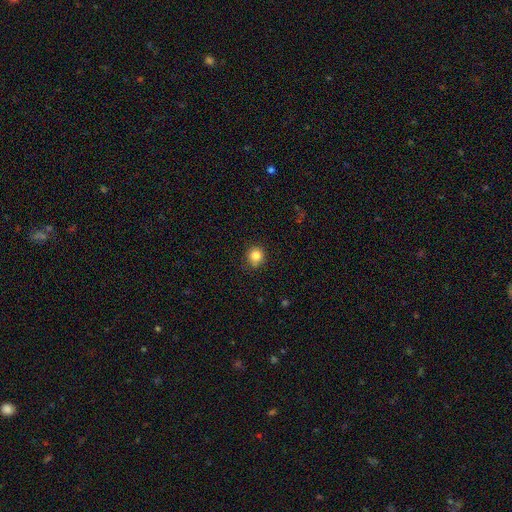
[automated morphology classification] A smooth galaxy with no disk features (85%) that is round (87%).

Vote fractions:
- Smooth or featured? smooth: 85% / star or artifact: 11% / featured or disk: 5%
- How rounded? round: 87% / in between: 12% / cigar-shaped: 1%
- Merging? none: 83% / minor disturbance: 13% / major disturbance: 3% / merger: 1%